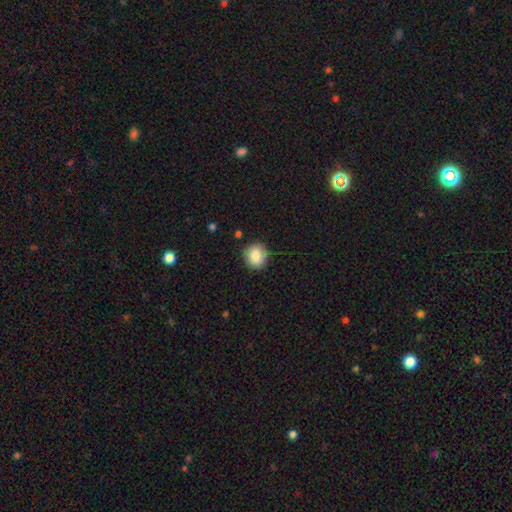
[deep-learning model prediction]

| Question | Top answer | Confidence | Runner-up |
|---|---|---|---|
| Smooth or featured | smooth | 84% | star or artifact (8%) |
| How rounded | round | 82% | in between (17%) |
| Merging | none | 84% | minor disturbance (12%) |